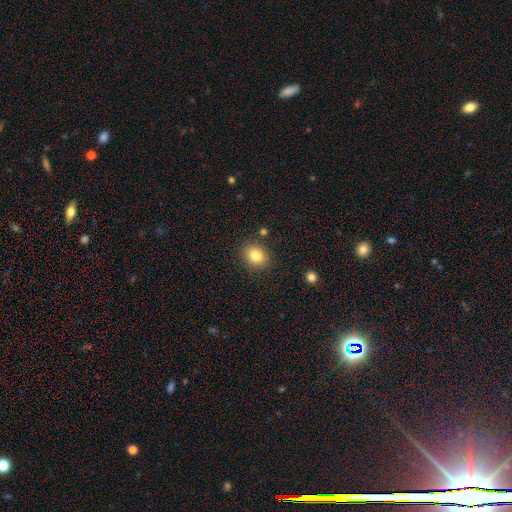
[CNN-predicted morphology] smooth 82%, star or artifact 10%, featured or disk 7%. Down the decision tree: how rounded — round (60%); merging — none (85%).